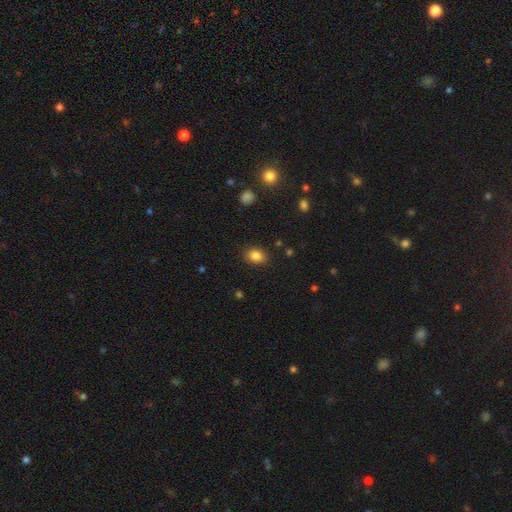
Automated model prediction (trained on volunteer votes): A smooth galaxy with no disk features (84%) that is in between round and cigar-shaped (58%). Merging: none (86%).